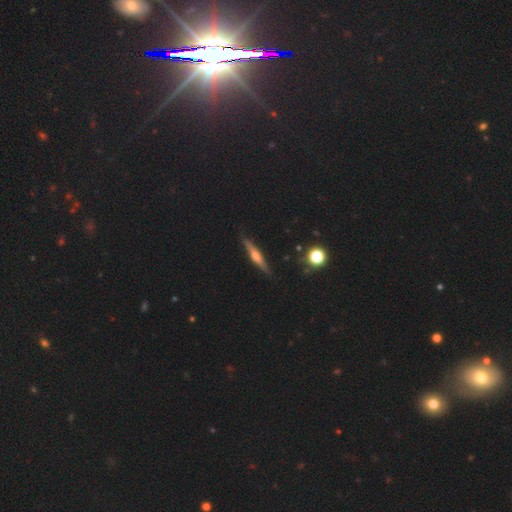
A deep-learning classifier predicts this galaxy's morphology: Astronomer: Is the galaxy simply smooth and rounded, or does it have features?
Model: featured or disk — 68%.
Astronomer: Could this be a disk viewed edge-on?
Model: yes — 97%.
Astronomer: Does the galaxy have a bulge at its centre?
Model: rounded — 85%.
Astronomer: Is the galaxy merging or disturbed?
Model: none — 88%.